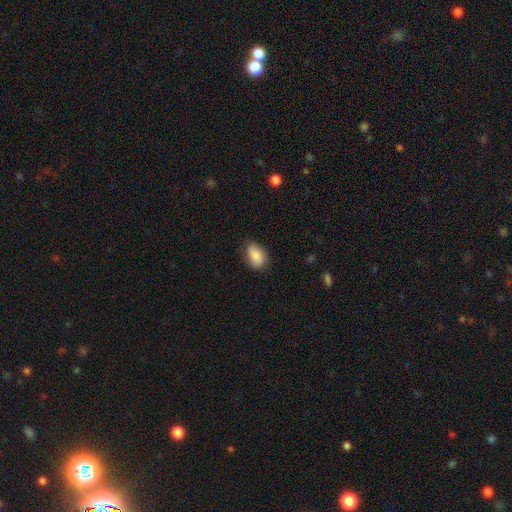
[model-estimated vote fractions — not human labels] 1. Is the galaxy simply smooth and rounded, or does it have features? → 85% smooth, 8% featured or disk, 7% star or artifact.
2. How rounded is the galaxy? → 90% in between, 8% round, 2% cigar-shaped.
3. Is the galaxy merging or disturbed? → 79% none, 17% minor disturbance, 3% major disturbance, 1% merger.